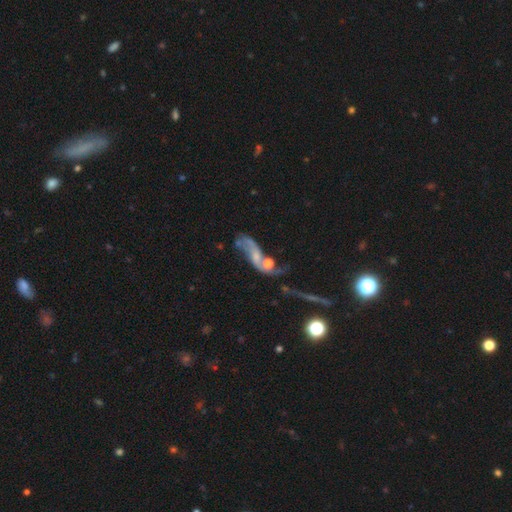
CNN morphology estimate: Overall: featured or disk (64%; smooth 24%). Edge-on disk: no (87%). Bar: no (66%; weak 27%). Spiral arms: yes (68%; no 32%). Bulge size: small (35%, tied with moderate). Merging: merger (44%; major disturbance 24%).